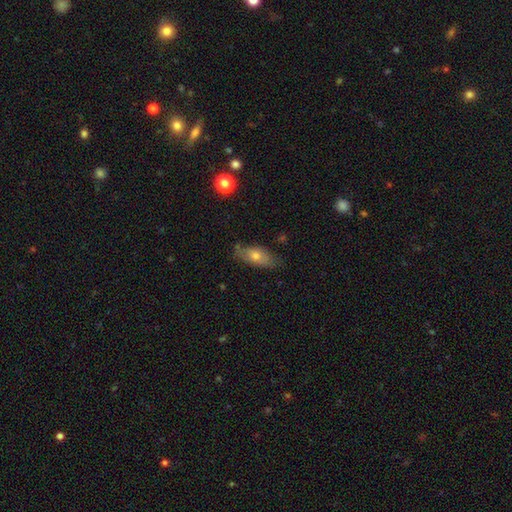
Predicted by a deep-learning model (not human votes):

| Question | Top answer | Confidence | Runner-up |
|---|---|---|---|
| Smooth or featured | smooth | 62% | featured or disk (30%) |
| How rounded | in between | 79% | cigar-shaped (17%) |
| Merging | none | 71% | minor disturbance (22%) |